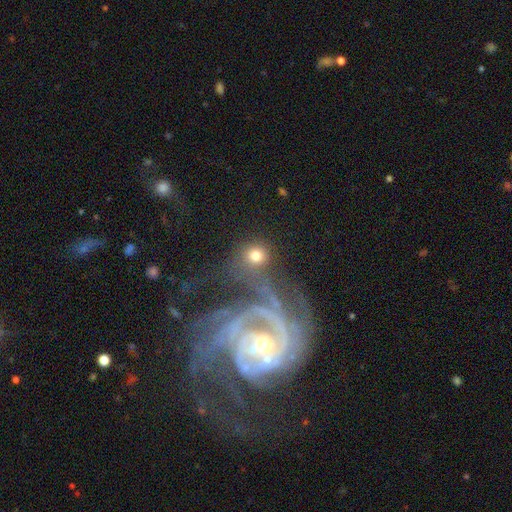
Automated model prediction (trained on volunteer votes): Morphology: type=smooth (71%); roundness=round (87%); merging=none (64%).